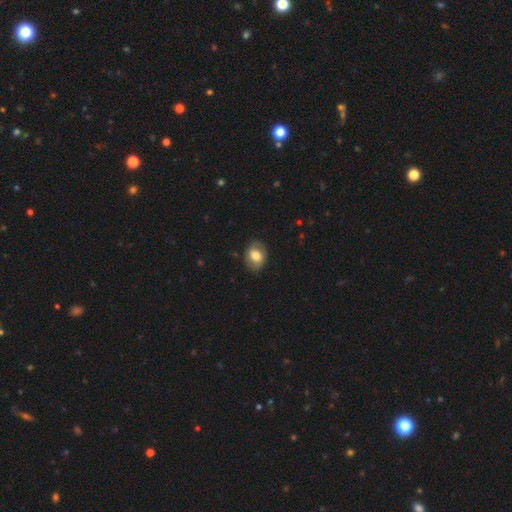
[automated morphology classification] A smooth galaxy with no disk features (69%) that is in between round and cigar-shaped (73%).

Vote fractions:
- Smooth or featured? smooth: 69% / featured or disk: 24% / star or artifact: 7%
- How rounded? in between: 73% / round: 26% / cigar-shaped: 1%
- Merging? none: 81% / minor disturbance: 14% / major disturbance: 4% / merger: 1%